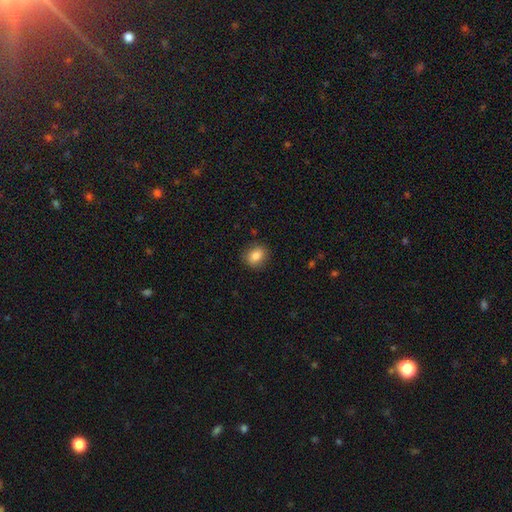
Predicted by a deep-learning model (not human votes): Smooth or featured? Predicted: smooth (p=0.86). How rounded? Predicted: round (p=0.51). Merging? Predicted: none (p=0.86).